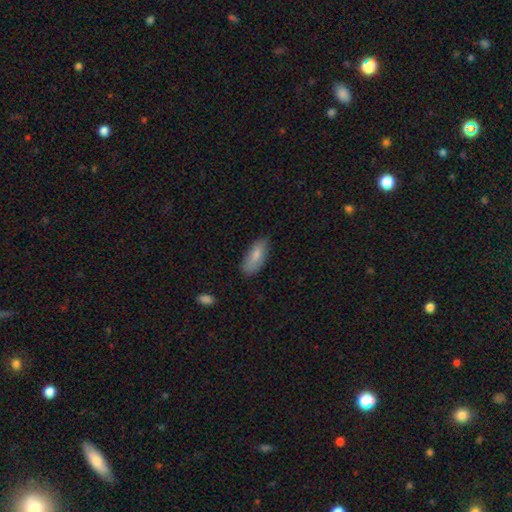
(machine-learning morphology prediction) smooth_or_featured: smooth (p=0.80) [alt: featured or disk p=0.14]
how_rounded: in between (p=0.83) [alt: cigar-shaped p=0.15]
merging: none (p=0.79) [alt: minor disturbance p=0.17]